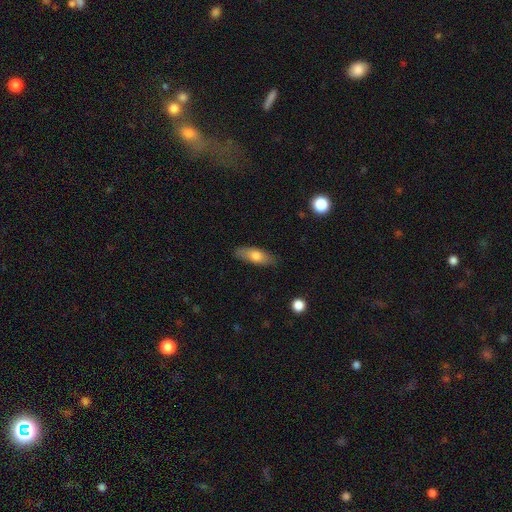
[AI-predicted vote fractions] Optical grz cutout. It shows a smooth galaxy with no disk features (72%) that is in between round and cigar-shaped (67%). Merging: none (84%).